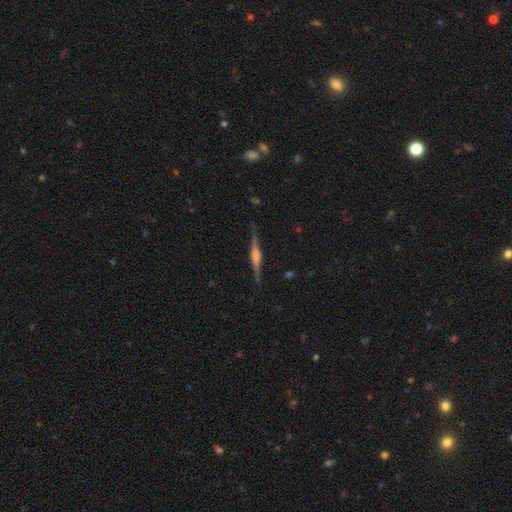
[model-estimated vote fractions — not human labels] Smooth or featured: featured or disk — 77% (smooth — 17%)
Edge-on disk: yes — 98% (no — 2%)
Edge-on bulge: rounded — 59% (boxy — 33%)
Merging: none — 87% (minor disturbance — 10%)